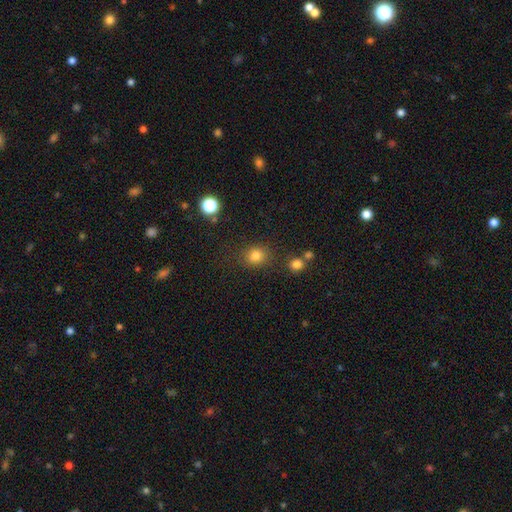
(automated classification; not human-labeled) This appears to be a smooth galaxy with no disk features (81%) that is round (74%). Merging: none (81%).